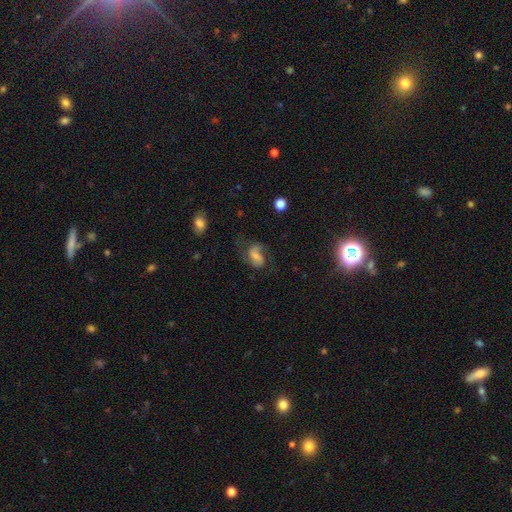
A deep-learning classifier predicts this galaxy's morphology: Smooth or featured: featured or disk — 64% (smooth — 26%)
Edge-on disk: no — 97% (yes — 3%)
Bar: no — 43% (weak — 41%)
Spiral arms: yes — 89% (no — 11%)
Spiral winding: medium — 45% (loose — 41%)
Spiral arm count: 2 — 76% (1 — 13%)
Bulge size: small — 45% (moderate — 29%)
Merging: none — 50% (major disturbance — 26%)